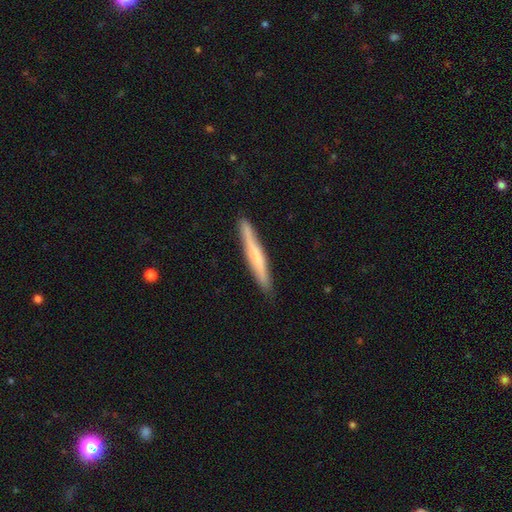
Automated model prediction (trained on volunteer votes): This is possibly a smooth galaxy (52%). How rounded: clearly cigar-shaped (96%). Merging: clearly none (87%).